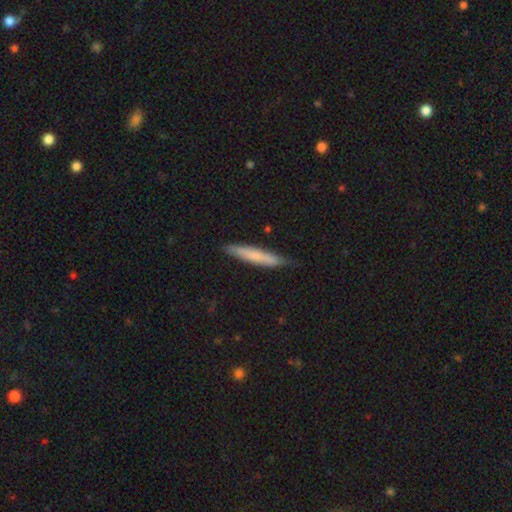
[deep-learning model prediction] The model was most divided on "smooth or featured": smooth: 68%, featured or disk: 27%, star or artifact: 6%. More confident: how rounded — cigar-shaped (93%); merging — none (81%).